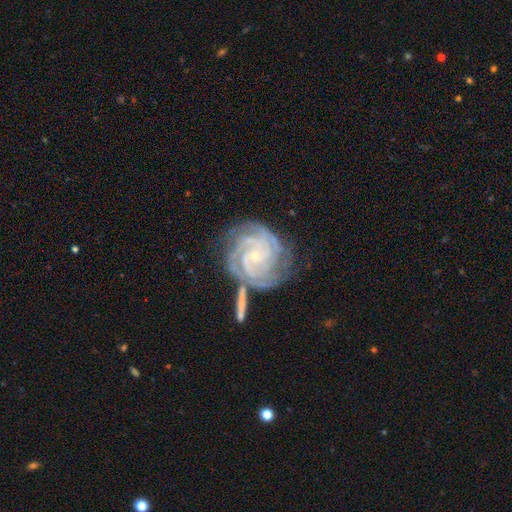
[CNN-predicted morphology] This is clearly a featured or disk galaxy (91%). It is clearly not viewed edge-on (98%). Bar: likely no (70%). Spiral arm pattern: clearly yes (98%). Spiral arm count: marginally 4 (33%). Spiral winding: clearly tight (80%). Central bulge: clearly small (85%). Merging: likely none (62%).